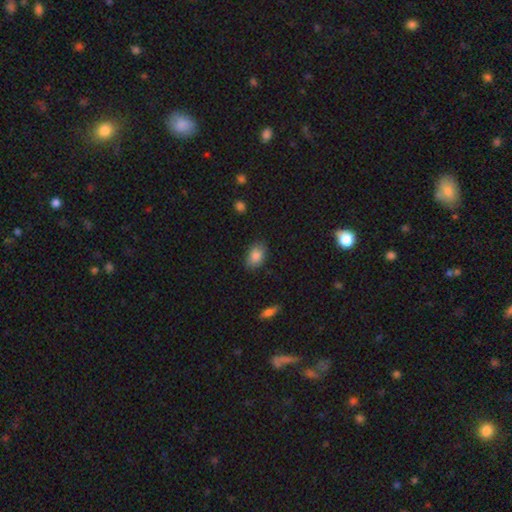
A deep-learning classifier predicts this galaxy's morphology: The model was most divided on "merging": none: 79%, minor disturbance: 16%, major disturbance: 3%, merger: 1%. More confident: smooth or featured — smooth (86%); how rounded — in between (81%).